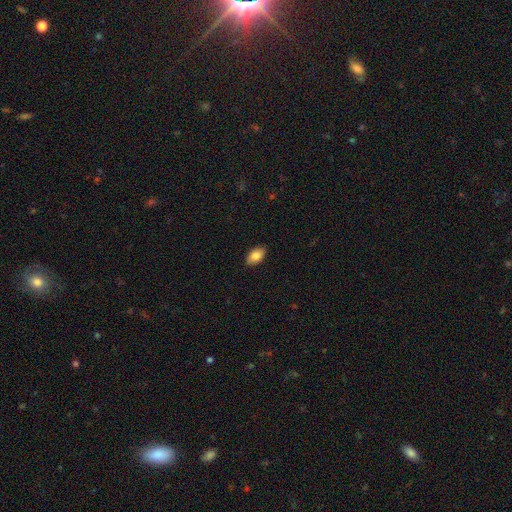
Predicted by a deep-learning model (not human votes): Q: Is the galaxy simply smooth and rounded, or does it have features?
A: smooth — 85%.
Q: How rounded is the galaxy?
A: in between — 92%.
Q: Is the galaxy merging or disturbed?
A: none — 88%.